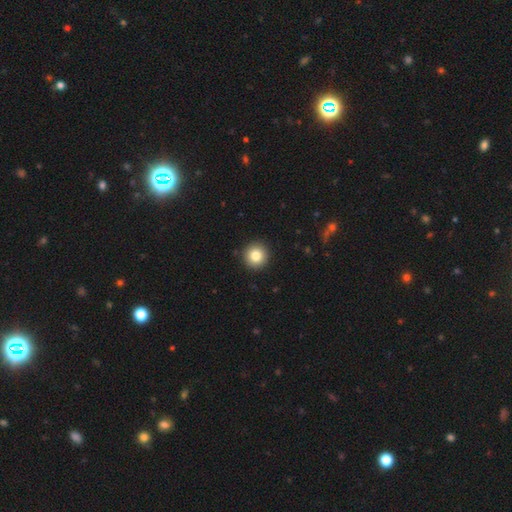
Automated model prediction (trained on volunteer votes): smooth_or_featured: smooth (p=0.83) [alt: star or artifact p=0.10]
how_rounded: round (p=0.95) [alt: in between p=0.04]
merging: none (p=0.92) [alt: minor disturbance p=0.05]